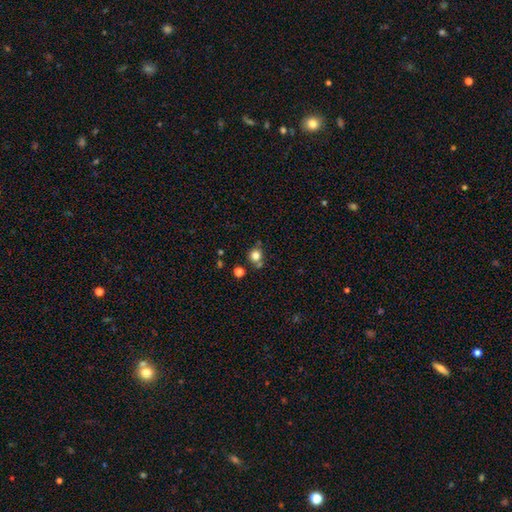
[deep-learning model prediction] A smooth galaxy with no disk features (79%) that is round (88%).

Vote fractions:
- Smooth or featured? smooth: 79% / star or artifact: 13% / featured or disk: 7%
- How rounded? round: 88% / in between: 11% / cigar-shaped: 1%
- Merging? none: 68% / merger: 17% / minor disturbance: 11% / major disturbance: 4%